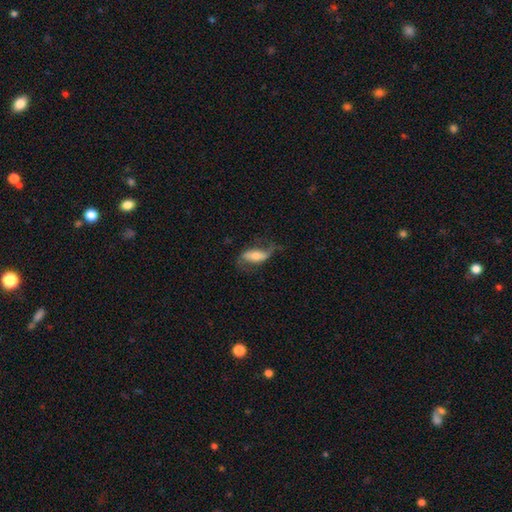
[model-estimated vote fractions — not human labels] The model was most divided on "bar": strong: 36%, no: 35%, weak: 29%. Remaining: edge-on disk — no (87%); spiral arms — yes (86%); smooth or featured — featured or disk (60%); merging — none (59%); bulge size — moderate (44%).